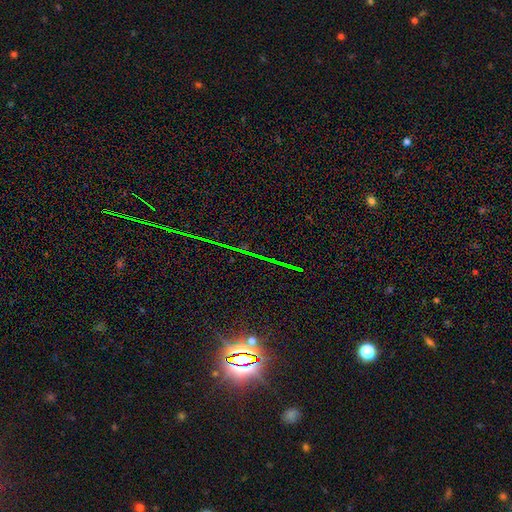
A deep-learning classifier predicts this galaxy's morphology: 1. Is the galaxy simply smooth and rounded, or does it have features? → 85% star or artifact, 9% featured or disk, 7% smooth.